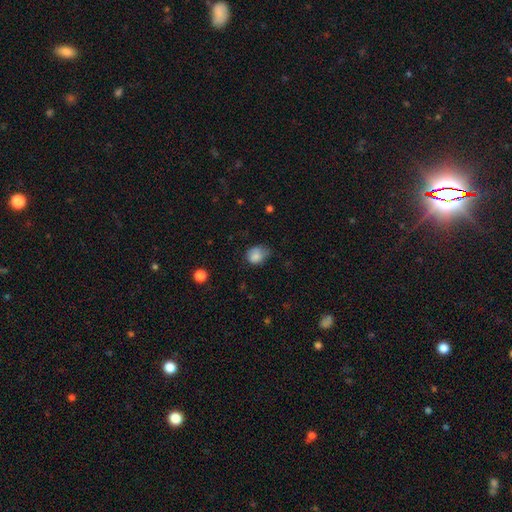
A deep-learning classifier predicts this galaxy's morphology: A smooth galaxy with no disk features (81%) that is round (55%).

Vote fractions:
- Smooth or featured? smooth: 81% / star or artifact: 10% / featured or disk: 10%
- How rounded? round: 55% / in between: 44% / cigar-shaped: 1%
- Merging? none: 47% / minor disturbance: 38% / major disturbance: 13% / merger: 2%